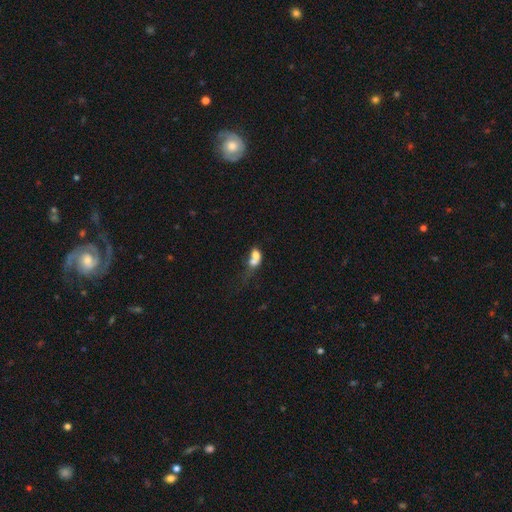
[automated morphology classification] A smooth galaxy with no disk features (65%) that is in between round and cigar-shaped (64%). Merging: merger (66%).